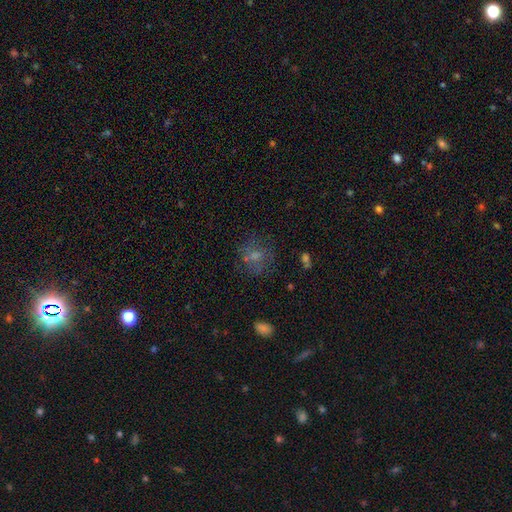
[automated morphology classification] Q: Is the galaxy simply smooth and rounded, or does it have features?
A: smooth — 53%.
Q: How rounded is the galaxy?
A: round — 68%.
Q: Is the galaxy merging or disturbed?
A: none — 66%.